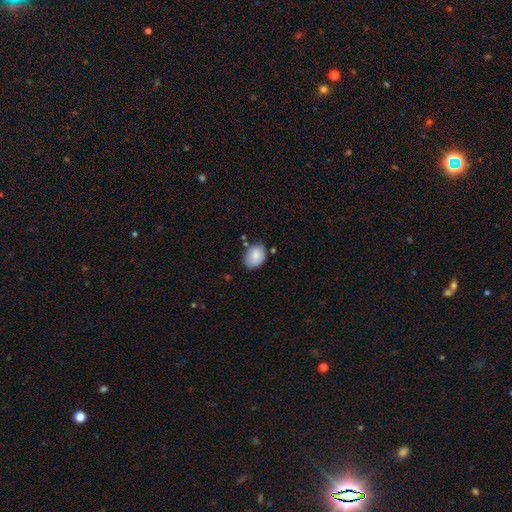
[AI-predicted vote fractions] Smooth or featured? Predicted: smooth (p=0.84). How rounded? Predicted: in between (p=0.68). Merging? Predicted: none (p=0.61).